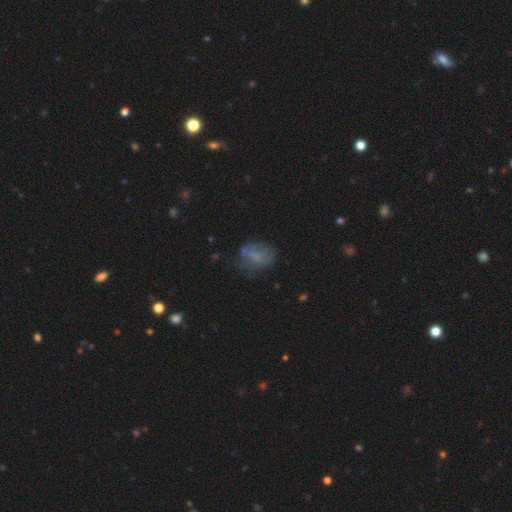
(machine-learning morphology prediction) This appears to be a smooth galaxy with no disk features (58%) that is in between round and cigar-shaped (69%). Merging: none (51%).